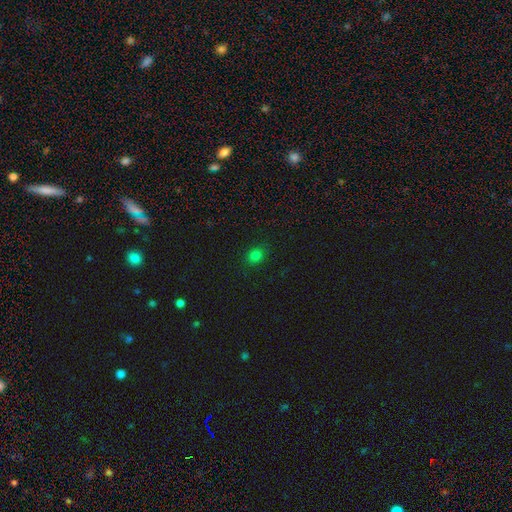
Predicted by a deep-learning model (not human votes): Smooth or featured? smooth (79%)
How rounded? round (58%)
Merging? none (86%)